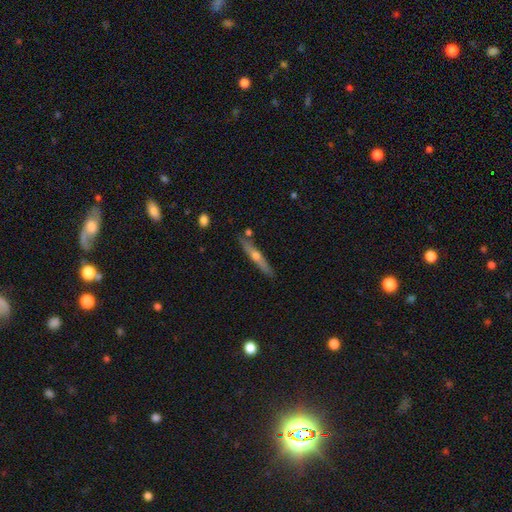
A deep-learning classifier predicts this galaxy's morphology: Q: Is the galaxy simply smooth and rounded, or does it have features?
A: featured or disk — 64%.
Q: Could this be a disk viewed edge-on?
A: yes — 96%.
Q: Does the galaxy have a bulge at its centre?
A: rounded — 88%.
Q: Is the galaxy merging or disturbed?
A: none — 85%.